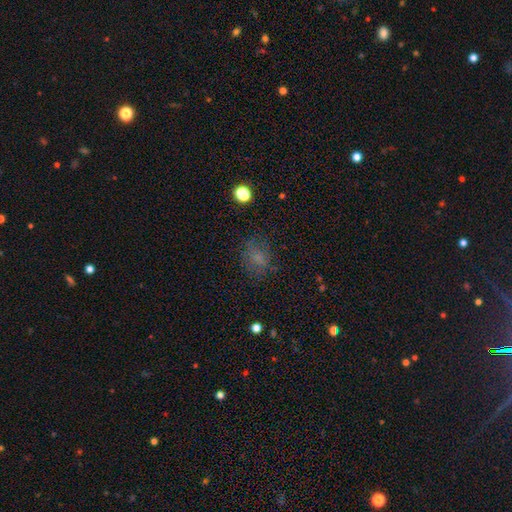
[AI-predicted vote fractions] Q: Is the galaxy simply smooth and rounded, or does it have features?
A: smooth — 64%.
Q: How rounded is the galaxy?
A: in between — 51%.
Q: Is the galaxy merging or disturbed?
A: none — 69%.